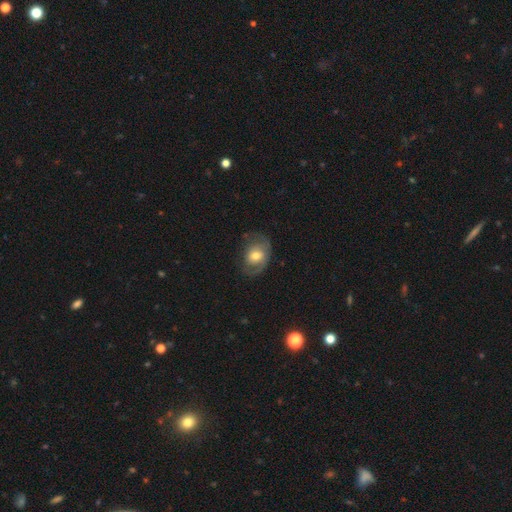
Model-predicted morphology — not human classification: Smooth or featured: featured or disk — 48% (smooth — 45%)
Merging: none — 56% (minor disturbance — 24%)